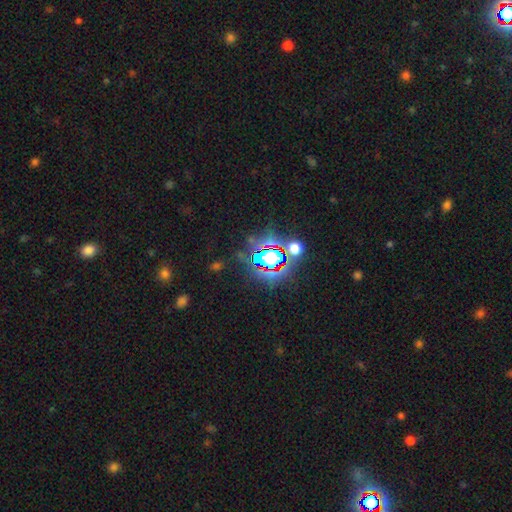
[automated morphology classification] Overall: star or artifact (83%).